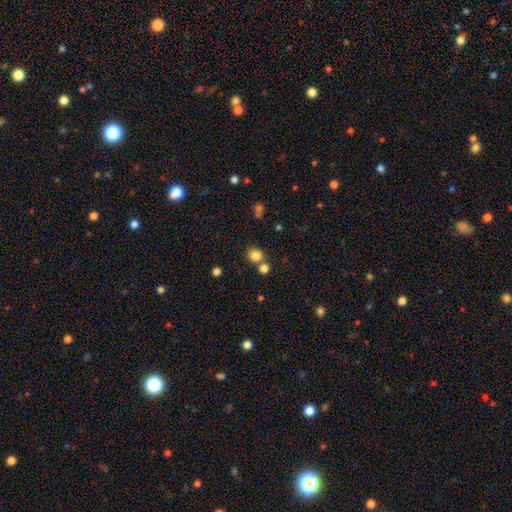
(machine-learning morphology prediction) Smooth or featured: smooth — 83% (star or artifact — 12%)
How rounded: round — 84% (in between — 15%)
Merging: none — 67% (merger — 21%)